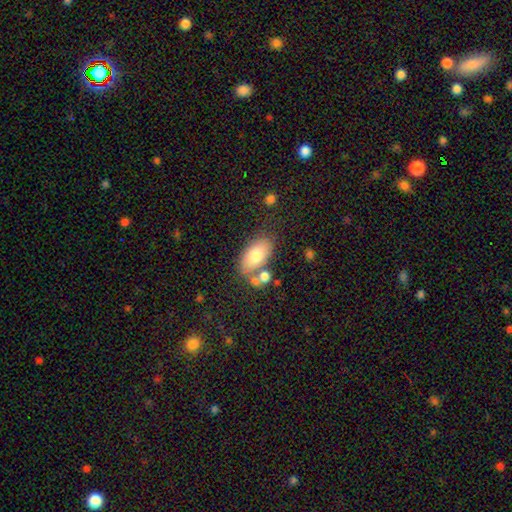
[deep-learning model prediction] smooth 76%, featured or disk 17%, star or artifact 7%. Down the decision tree: how rounded — in between (93%); merging — none (58%).